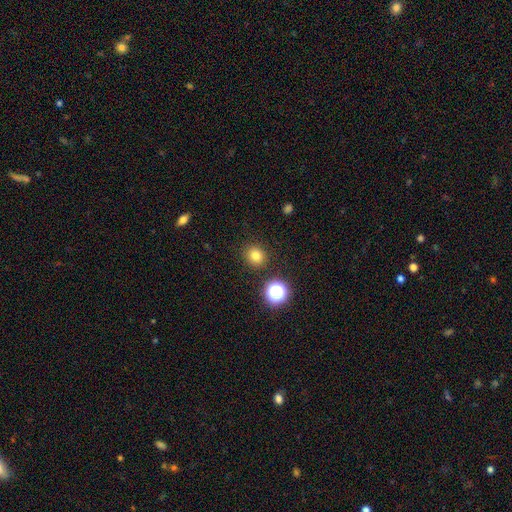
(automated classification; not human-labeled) The model was most divided on "smooth or featured": smooth: 78%, star or artifact: 16%, featured or disk: 6%. More confident: merging — none (89%); how rounded — round (86%).